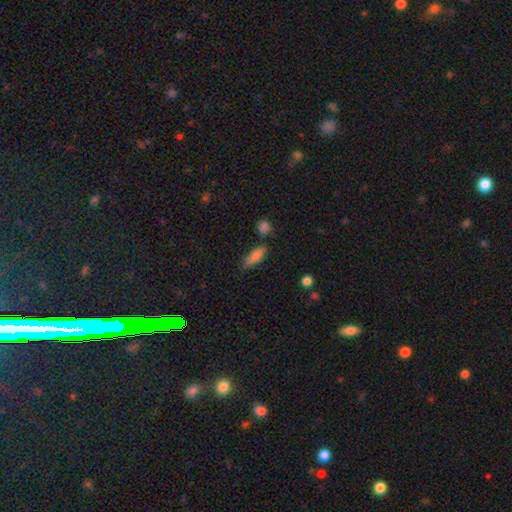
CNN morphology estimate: Overall: smooth (83%). How rounded: in between (60%; cigar-shaped 37%). Merging: none (70%).